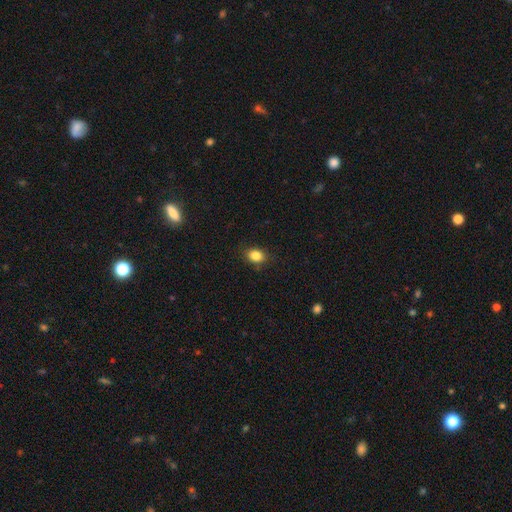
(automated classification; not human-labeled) smooth_or_featured: smooth (p=0.85) [alt: star or artifact p=0.10]
how_rounded: in between (p=0.66) [alt: round p=0.33]
merging: none (p=0.86) [alt: minor disturbance p=0.11]